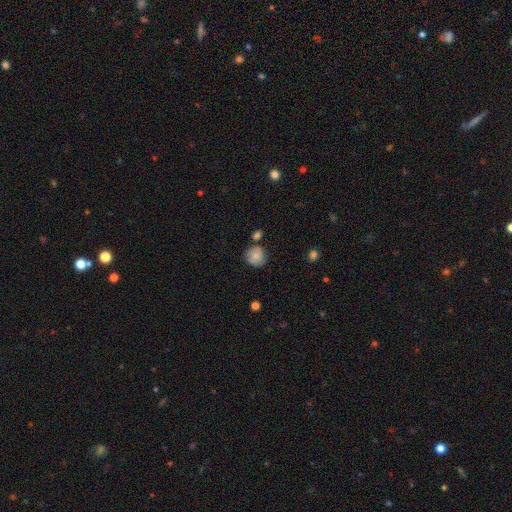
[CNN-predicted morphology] This appears to be a smooth galaxy with no disk features (79%) that is round (86%). Merging: none (70%).